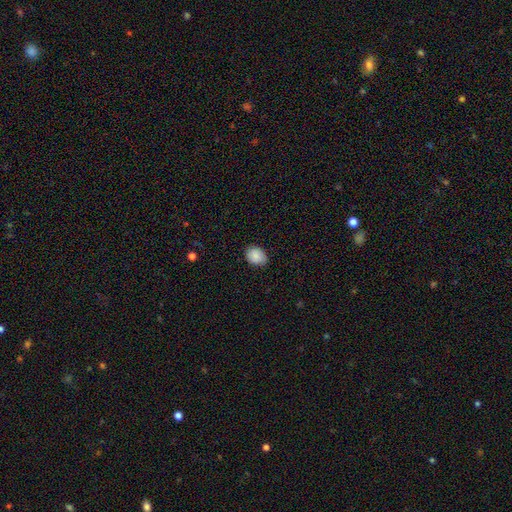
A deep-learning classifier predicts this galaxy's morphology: Smooth or featured? Predicted: smooth (p=0.87). How rounded? Predicted: in between (p=0.58). Merging? Predicted: none (p=0.78).